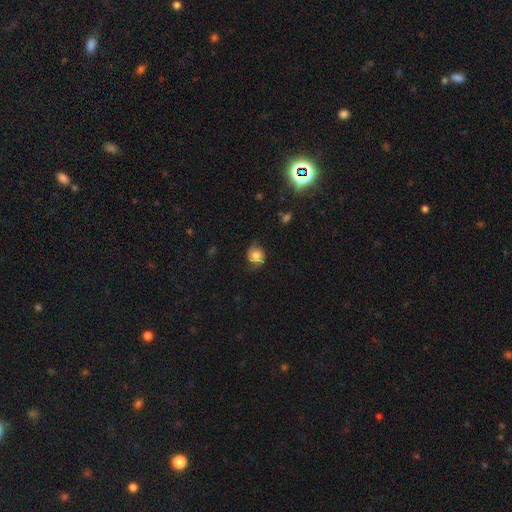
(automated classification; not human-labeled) A smooth galaxy with no disk features (50%) that is round (76%). Merging: none (68%).